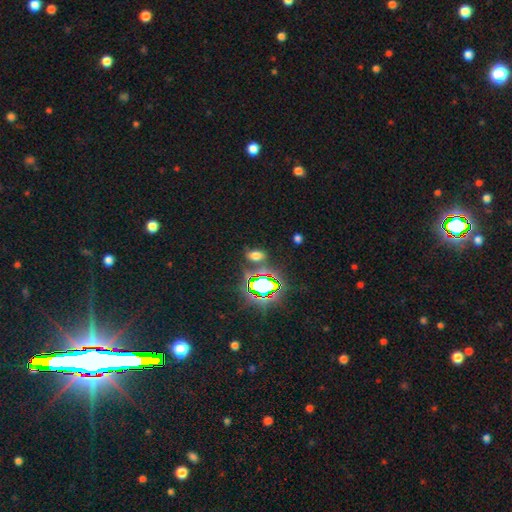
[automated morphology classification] The model was most divided on "smooth or featured": smooth: 57%, star or artifact: 34%, featured or disk: 9%. More confident: how rounded — in between (83%); merging — none (77%).